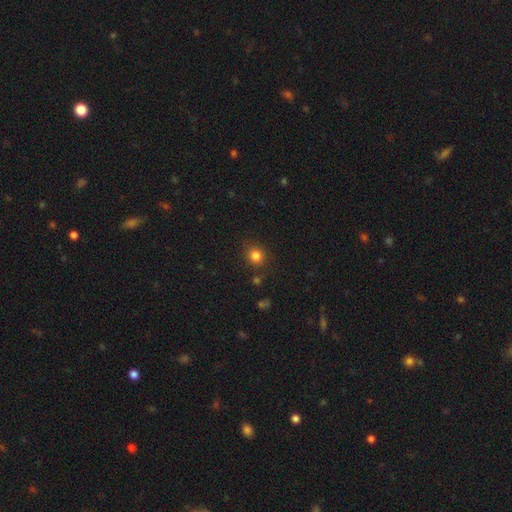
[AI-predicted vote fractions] A smooth galaxy with no disk features (82%) that is round (84%).

Vote fractions:
- Smooth or featured? smooth: 82% / star or artifact: 13% / featured or disk: 5%
- How rounded? round: 84% / in between: 15% / cigar-shaped: 1%
- Merging? none: 85% / minor disturbance: 9% / merger: 3% / major disturbance: 3%